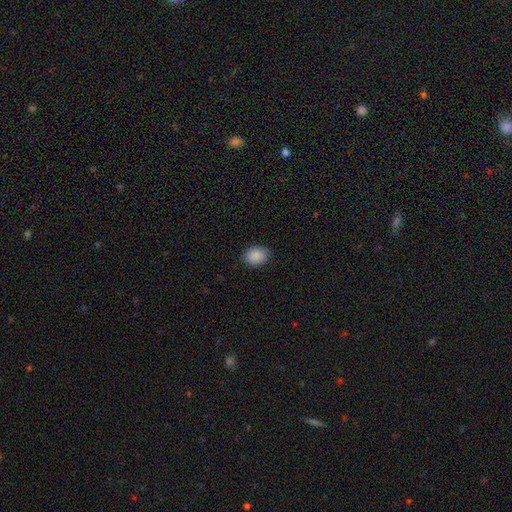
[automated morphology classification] Q: Smooth or featured?
A: smooth (89%); runner-up: star or artifact (8%)
Q: How rounded?
A: in between (61%); runner-up: round (38%)
Q: Merging?
A: none (86%); runner-up: minor disturbance (10%)